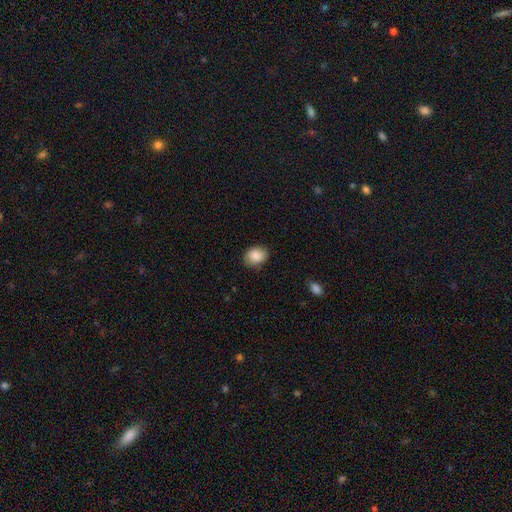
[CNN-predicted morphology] smooth 87%, star or artifact 7%, featured or disk 6%. Down the decision tree: how rounded — in between (59%); merging — none (80%).